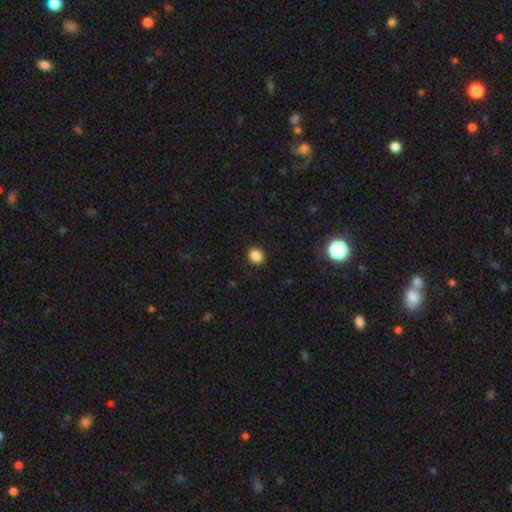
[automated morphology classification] Smooth or featured?
  - smooth: 86% *
  - star or artifact: 11%
  - featured or disk: 3%
How rounded?
  - round: 77% *
  - in between: 22%
  - cigar-shaped: 1%
Merging?
  - none: 92% *
  - minor disturbance: 5%
  - major disturbance: 2%
  - merger: 1%